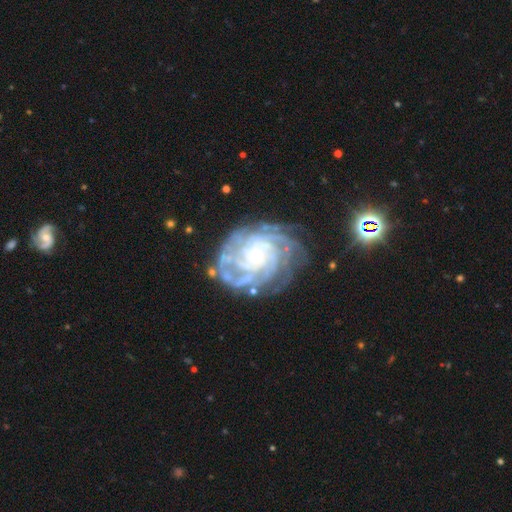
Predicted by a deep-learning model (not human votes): Overall: featured or disk (88%). Edge-on disk: no (98%). Bar: no (77%). Spiral arms: yes (97%). Spiral arm count: more than 4 (29%; 4 24%). Spiral winding: tight (75%). Bulge size: small (82%). Merging: none (71%).